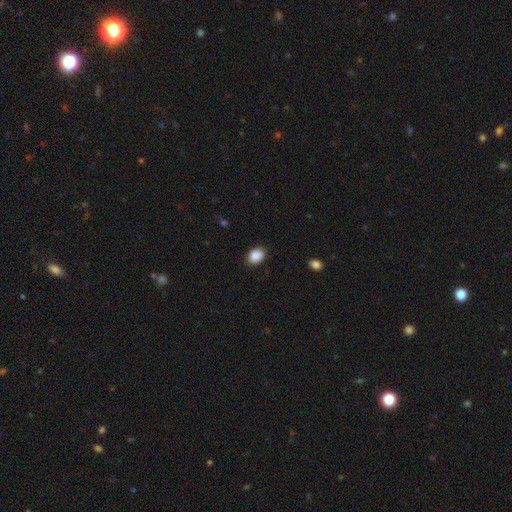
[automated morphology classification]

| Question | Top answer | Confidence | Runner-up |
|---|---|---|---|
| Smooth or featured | smooth | 89% | star or artifact (8%) |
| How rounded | in between | 70% | round (29%) |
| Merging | none | 87% | minor disturbance (9%) |